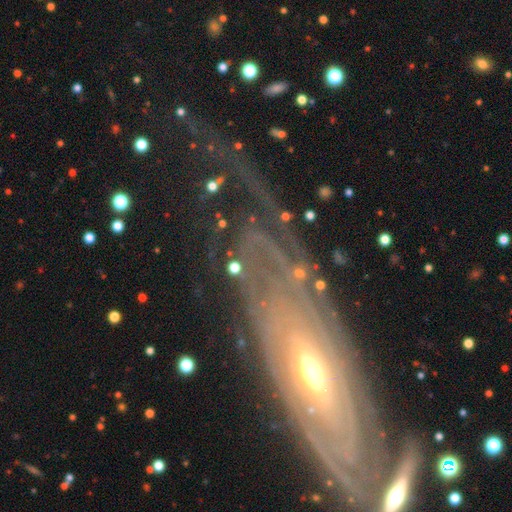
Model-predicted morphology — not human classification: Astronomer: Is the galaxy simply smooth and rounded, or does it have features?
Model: featured or disk — 80%.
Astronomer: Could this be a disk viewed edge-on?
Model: no — 81%.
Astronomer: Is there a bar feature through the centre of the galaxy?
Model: no — 57%.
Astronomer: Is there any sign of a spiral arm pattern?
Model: yes — 83%.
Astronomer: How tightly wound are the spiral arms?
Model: tight — 70%.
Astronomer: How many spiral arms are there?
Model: can't tell — 56%.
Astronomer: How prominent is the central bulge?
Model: moderate — 53% (runner-up: small, 37%).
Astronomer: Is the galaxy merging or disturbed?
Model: none — 67%.